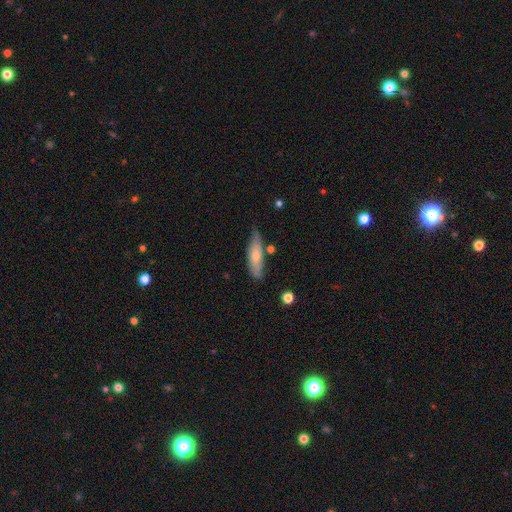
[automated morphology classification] Smooth or featured? Predicted: smooth (p=0.57). How rounded? Predicted: cigar-shaped (p=0.62). Merging? Predicted: none (p=0.69).